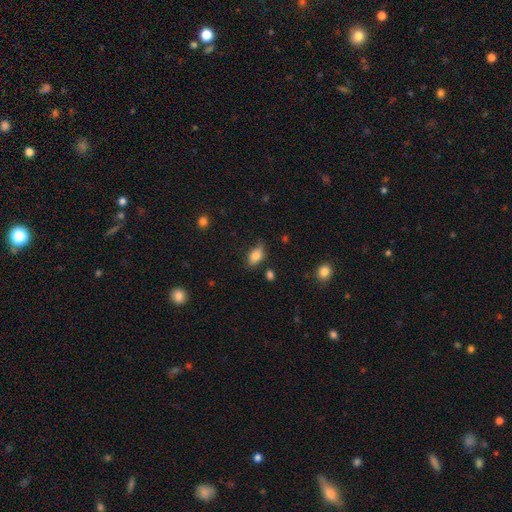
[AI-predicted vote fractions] smooth 83%, featured or disk 9%, star or artifact 8%. Down the decision tree: how rounded — in between (89%); merging — none (70%).